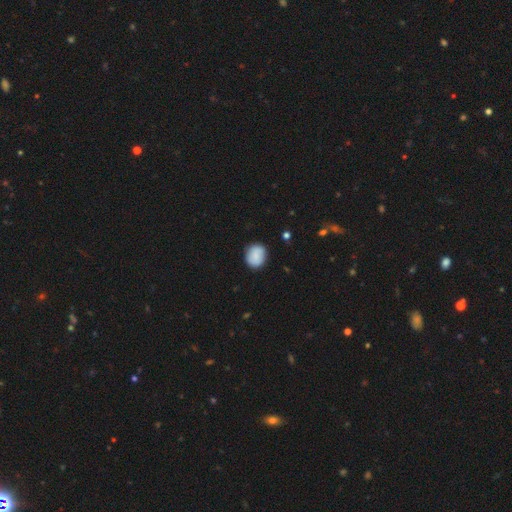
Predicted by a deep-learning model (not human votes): This appears to be a smooth galaxy with no disk features (83%) that is round (68%). Merging: none (82%).